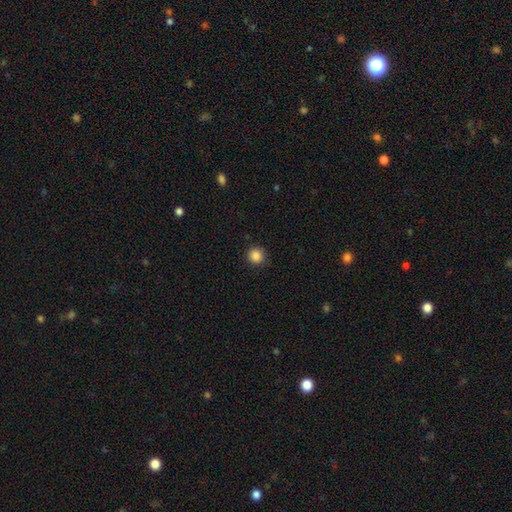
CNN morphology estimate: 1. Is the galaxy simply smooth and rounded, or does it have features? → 86% smooth, 11% star or artifact, 3% featured or disk.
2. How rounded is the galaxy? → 94% round, 5% in between, 1% cigar-shaped.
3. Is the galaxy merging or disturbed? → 91% none, 6% minor disturbance, 2% major disturbance, 1% merger.